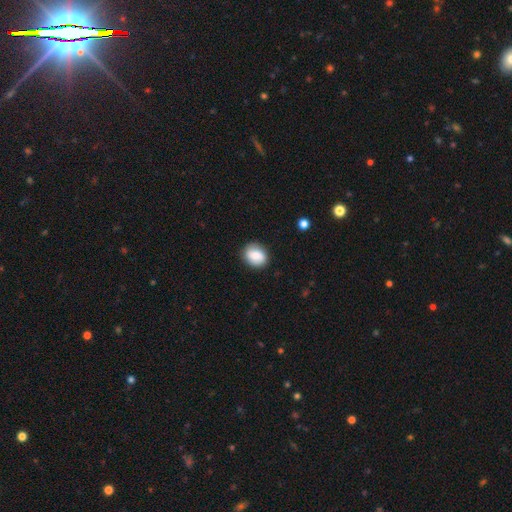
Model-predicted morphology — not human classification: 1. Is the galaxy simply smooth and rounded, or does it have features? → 78% smooth, 15% featured or disk, 8% star or artifact.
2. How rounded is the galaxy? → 56% round, 43% in between, 1% cigar-shaped.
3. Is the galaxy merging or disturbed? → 85% none, 12% minor disturbance, 3% major disturbance, 1% merger.